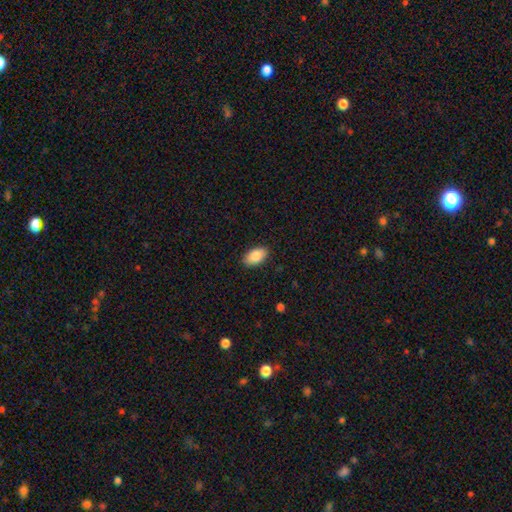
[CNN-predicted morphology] The model was most divided on "merging": none: 89%, minor disturbance: 8%, major disturbance: 2%, merger: 1%. More confident: how rounded — in between (94%); smooth or featured — smooth (87%).